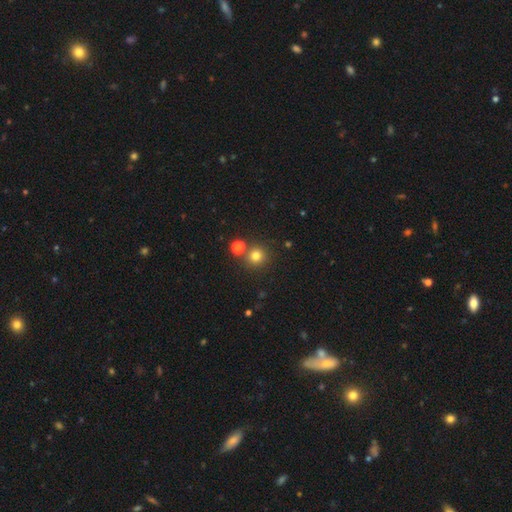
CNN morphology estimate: Overall: smooth (77%). How rounded: round (93%). Merging: none (76%).